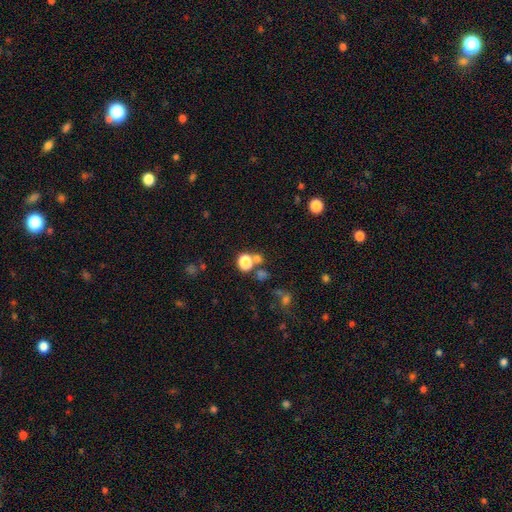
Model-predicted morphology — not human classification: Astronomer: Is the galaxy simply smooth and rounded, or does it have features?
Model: smooth — 52% (runner-up: star or artifact, 40%).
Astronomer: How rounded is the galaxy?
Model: round — 84%.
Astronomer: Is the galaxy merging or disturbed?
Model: none — 68%.